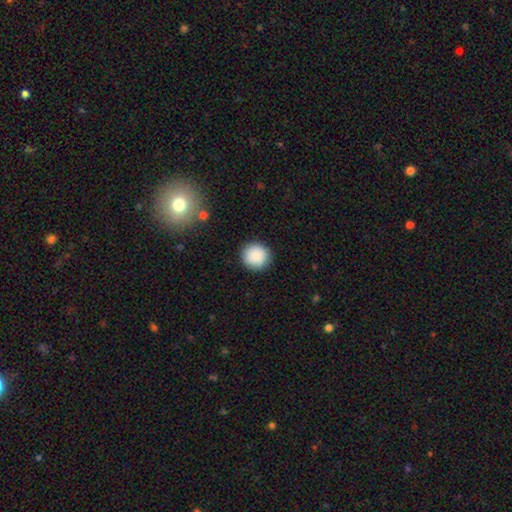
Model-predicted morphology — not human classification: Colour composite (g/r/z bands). It shows a smooth galaxy with no disk features (88%) that is round (93%). Merging: none (90%).